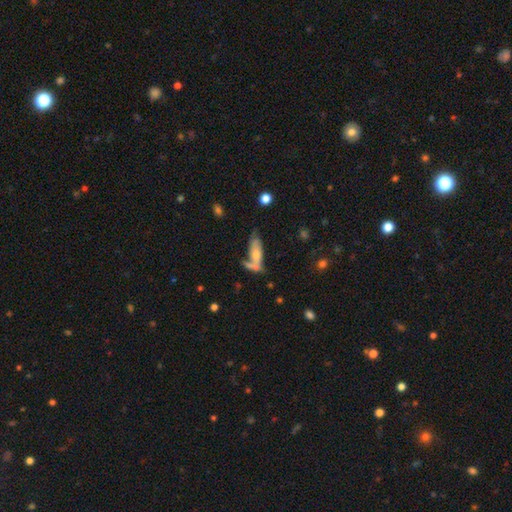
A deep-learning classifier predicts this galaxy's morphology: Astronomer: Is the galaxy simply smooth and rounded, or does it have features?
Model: smooth — 54% (runner-up: featured or disk, 39%).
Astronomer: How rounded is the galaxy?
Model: in between — 55% (runner-up: cigar-shaped, 42%).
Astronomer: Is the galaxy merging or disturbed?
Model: none — 34% (runner-up: merger, 32%).